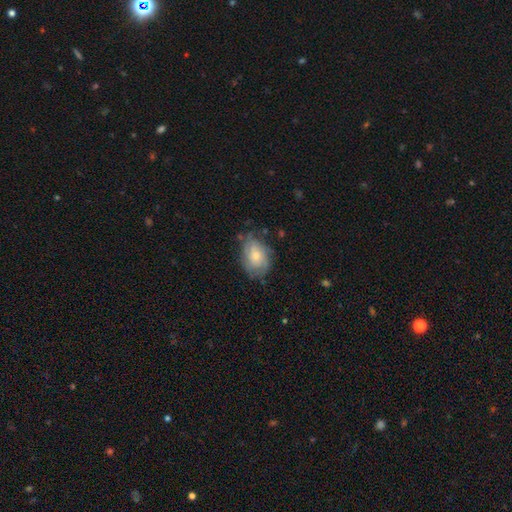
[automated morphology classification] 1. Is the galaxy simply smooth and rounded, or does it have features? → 52% featured or disk, 40% smooth, 7% star or artifact.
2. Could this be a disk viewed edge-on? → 96% no, 4% yes.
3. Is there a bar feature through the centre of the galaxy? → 76% no, 21% weak, 3% strong.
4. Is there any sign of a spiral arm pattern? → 79% yes, 21% no.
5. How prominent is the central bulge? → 47% small, 44% moderate, 5% large, 4% none, 1% dominant.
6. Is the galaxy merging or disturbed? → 62% none, 26% minor disturbance, 10% major disturbance, 2% merger.